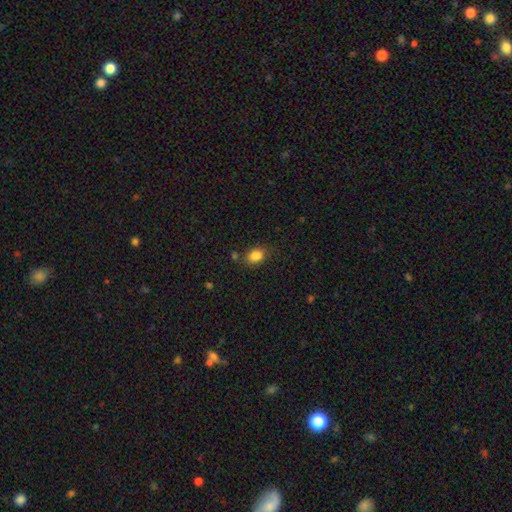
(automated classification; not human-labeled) smooth-or-featured: smooth: 85% | star or artifact: 10% | featured or disk: 5%
  how-rounded: in between: 65% | round: 34% | cigar-shaped: 1%
  merging: none: 74% | minor disturbance: 16% | merger: 5% | major disturbance: 5%